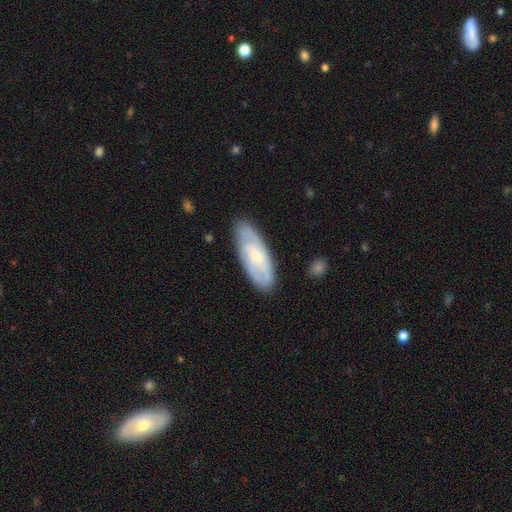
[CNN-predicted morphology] smooth-or-featured: featured or disk: 53% | smooth: 41% | star or artifact: 6%
  disk-edge-on: no: 84% | yes: 16%
  merging: none: 81% | minor disturbance: 15% | major disturbance: 3% | merger: 1%